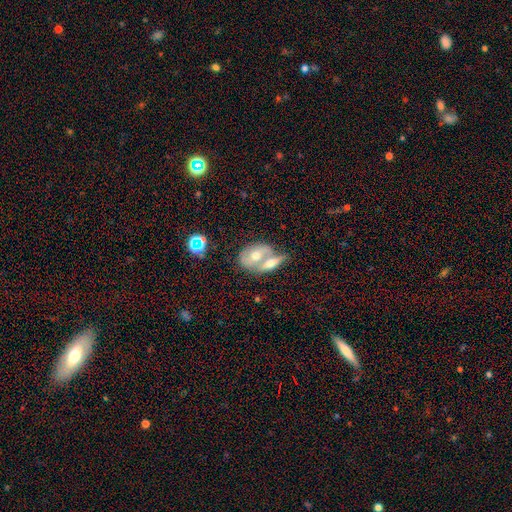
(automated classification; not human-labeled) smooth 47%, featured or disk 45%, star or artifact 8%. Down the decision tree: merging — merger (63%).